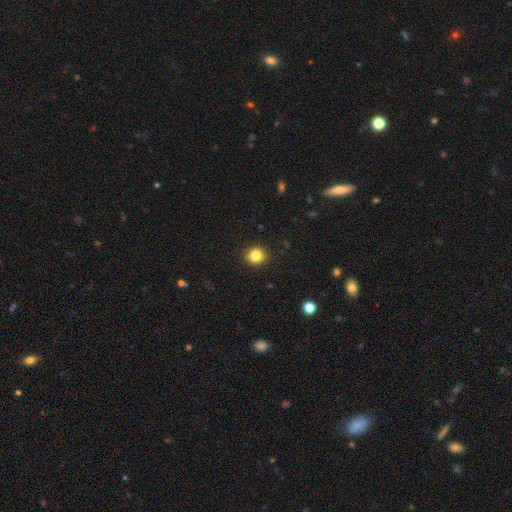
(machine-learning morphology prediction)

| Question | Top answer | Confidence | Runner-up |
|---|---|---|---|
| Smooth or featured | smooth | 85% | star or artifact (11%) |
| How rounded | round | 86% | in between (13%) |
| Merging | none | 91% | minor disturbance (6%) |